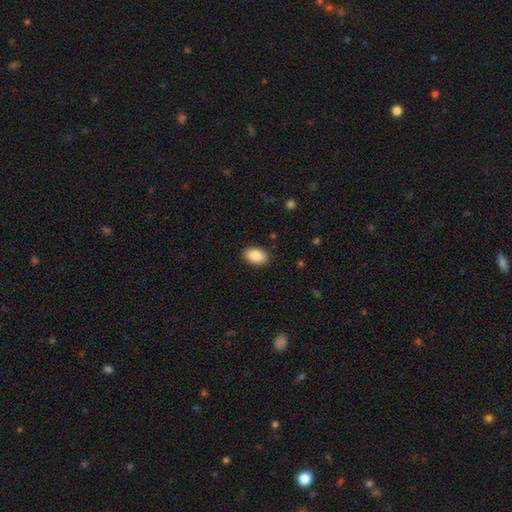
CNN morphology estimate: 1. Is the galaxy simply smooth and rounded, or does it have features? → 89% smooth, 7% star or artifact, 4% featured or disk.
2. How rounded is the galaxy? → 92% in between, 7% round, 1% cigar-shaped.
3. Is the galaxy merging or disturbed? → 89% none, 8% minor disturbance, 2% major disturbance, 1% merger.